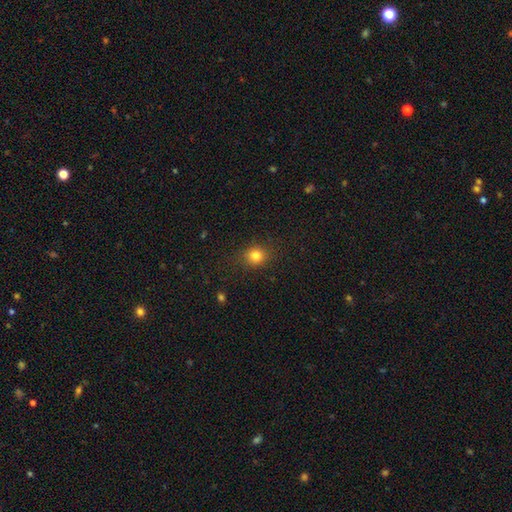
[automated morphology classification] A smooth galaxy with no disk features (82%) that is round (79%). Merging: none (86%).